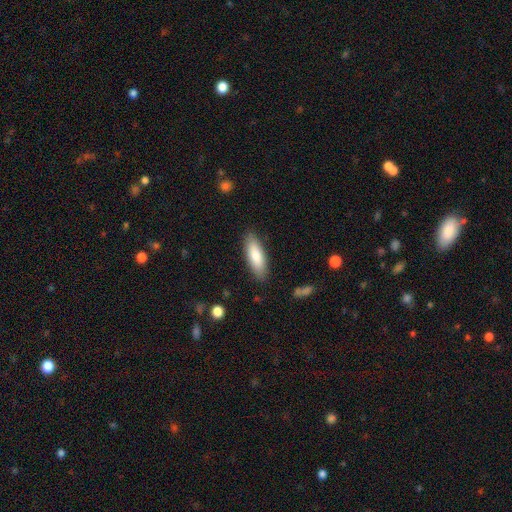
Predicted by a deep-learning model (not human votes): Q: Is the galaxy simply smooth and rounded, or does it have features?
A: smooth — 81%.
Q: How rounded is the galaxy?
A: in between — 60%.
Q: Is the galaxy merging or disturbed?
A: none — 86%.